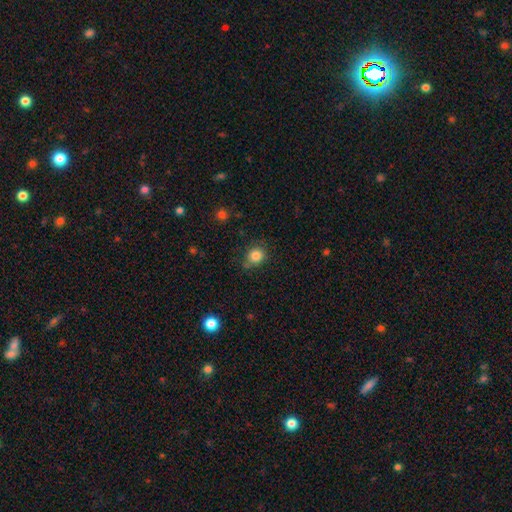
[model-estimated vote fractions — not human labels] Morphology: type=smooth (84%); roundness=round (79%); merging=none (73%).